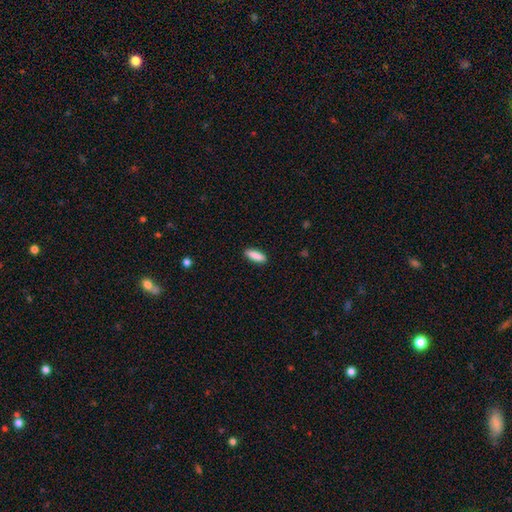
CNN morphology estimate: Smooth or featured? Predicted: smooth (p=0.88). How rounded? Predicted: in between (p=0.52). Merging? Predicted: none (p=0.90).